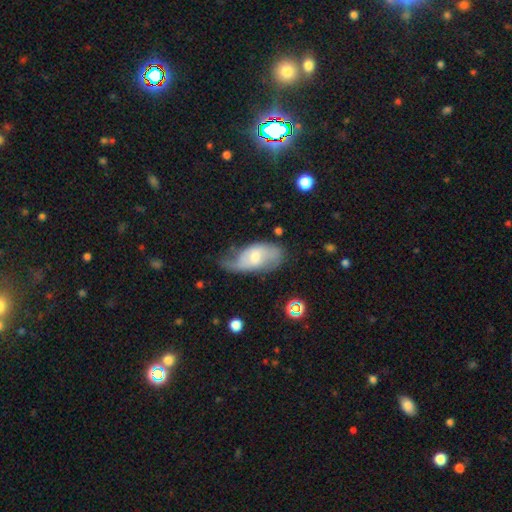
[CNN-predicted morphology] This appears to be a featured or disk galaxy (50%). Merging: minor disturbance (38%).